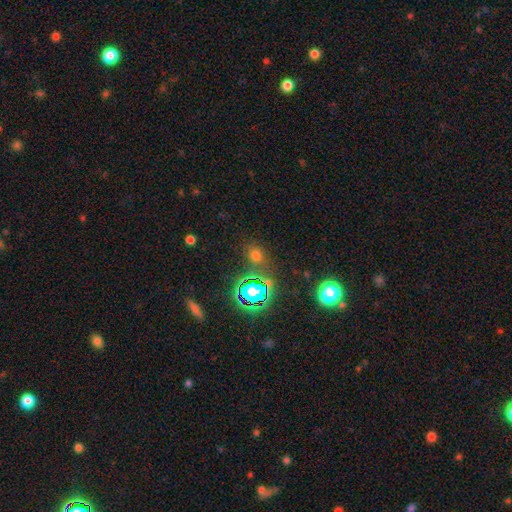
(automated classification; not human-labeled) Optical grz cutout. It shows a smooth galaxy with no disk features (56%) that is round (72%). Merging: none (79%).